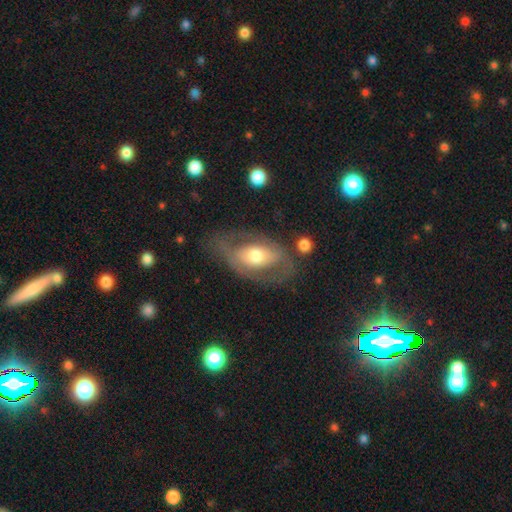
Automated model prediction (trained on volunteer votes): smooth_or_featured: featured or disk (p=0.59) [alt: smooth p=0.35]
disk_edge_on: no (p=0.91) [alt: yes p=0.09]
bar: no (p=0.64) [alt: weak p=0.22]
has_spiral_arms: no (p=0.58) [alt: yes p=0.42]
bulge_size: moderate (p=0.61) [alt: large p=0.20]
merging: none (p=0.63) [alt: minor disturbance p=0.18]